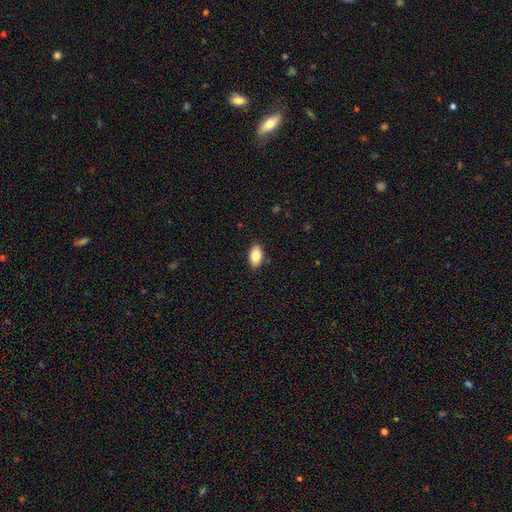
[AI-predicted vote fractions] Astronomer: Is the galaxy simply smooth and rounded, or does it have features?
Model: smooth — 84%.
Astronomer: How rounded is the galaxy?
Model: in between — 92%.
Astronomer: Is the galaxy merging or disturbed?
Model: none — 88%.